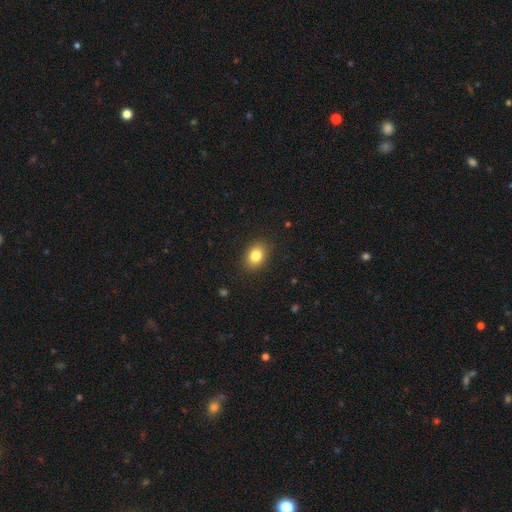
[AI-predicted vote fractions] This is clearly a smooth galaxy (83%). How rounded: likely in between (64%). Merging: clearly none (87%).